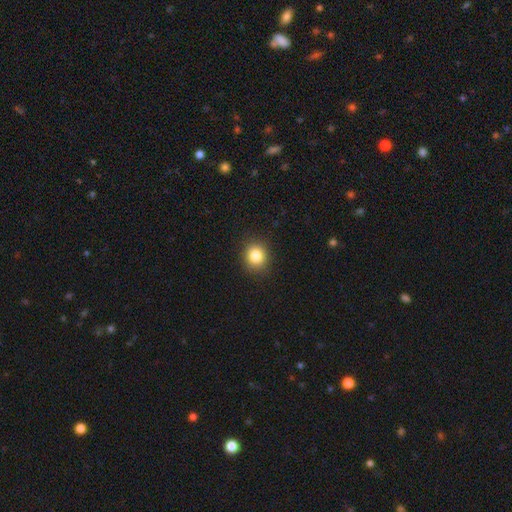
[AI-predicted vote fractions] Smooth or featured: smooth — 83% (star or artifact — 11%)
How rounded: round — 82% (in between — 17%)
Merging: none — 90% (minor disturbance — 7%)